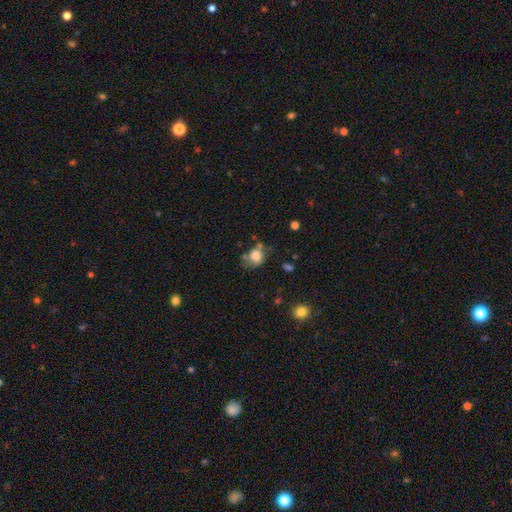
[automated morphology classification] A smooth galaxy with no disk features (74%) that is round (55%). Merging: none (45%).